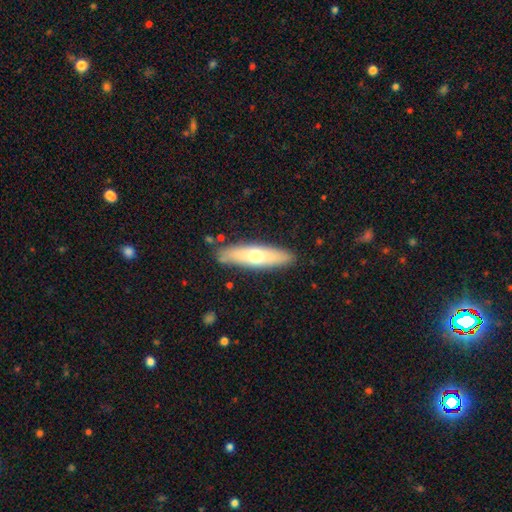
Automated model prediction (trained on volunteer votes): This is possibly a smooth galaxy (56%). How rounded: likely cigar-shaped (70%). Merging: clearly none (86%).